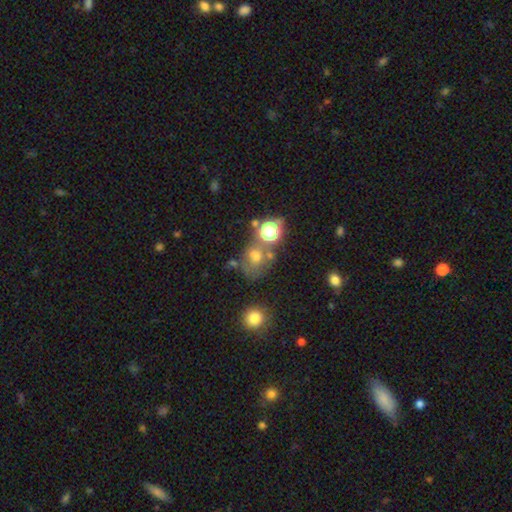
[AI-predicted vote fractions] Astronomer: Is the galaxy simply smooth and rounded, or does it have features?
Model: smooth — 56%.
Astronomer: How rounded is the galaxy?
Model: round — 61% (runner-up: in between, 38%).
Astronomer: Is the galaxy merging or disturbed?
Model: none — 43% (runner-up: merger, 30%).